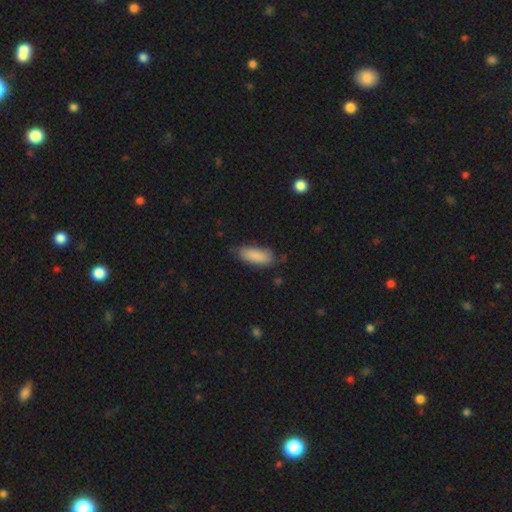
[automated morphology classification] A smooth galaxy with no disk features (87%) that is in between round and cigar-shaped (74%). Merging: none (74%).